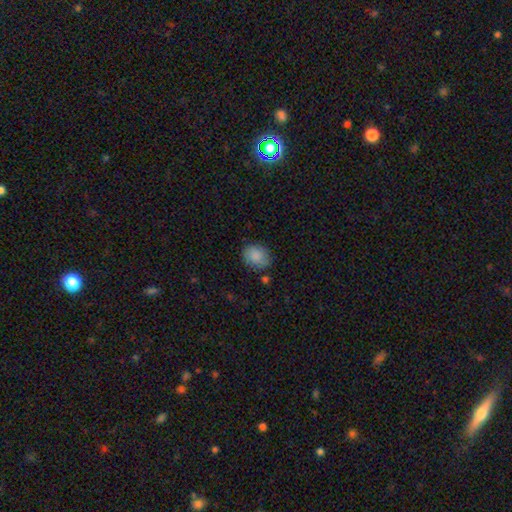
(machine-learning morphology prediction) This is clearly a smooth galaxy (86%). How rounded: possibly round (52%). Merging: likely none (74%).